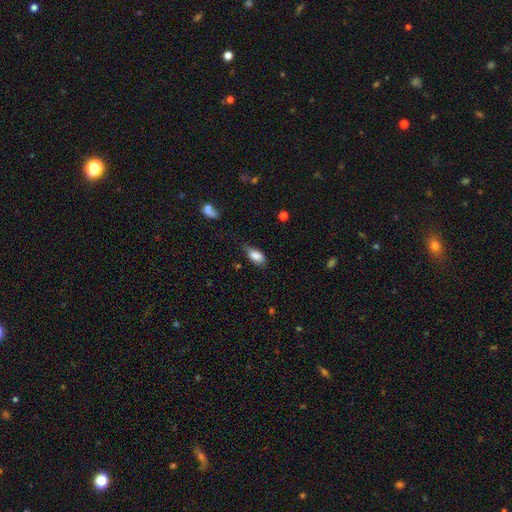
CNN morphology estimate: Overall: smooth (83%). How rounded: in between (89%). Merging: none (53%; minor disturbance 34%).